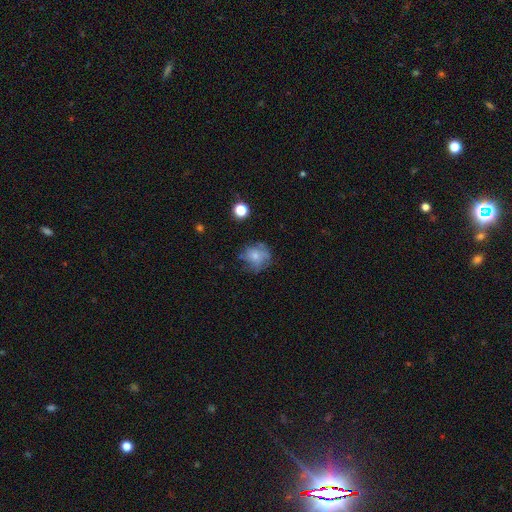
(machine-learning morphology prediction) A smooth galaxy with no disk features (63%) that is round (76%).

Vote fractions:
- Smooth or featured? smooth: 63% / featured or disk: 25% / star or artifact: 12%
- How rounded? round: 76% / in between: 23% / cigar-shaped: 1%
- Merging? none: 56% / minor disturbance: 26% / major disturbance: 15% / merger: 3%